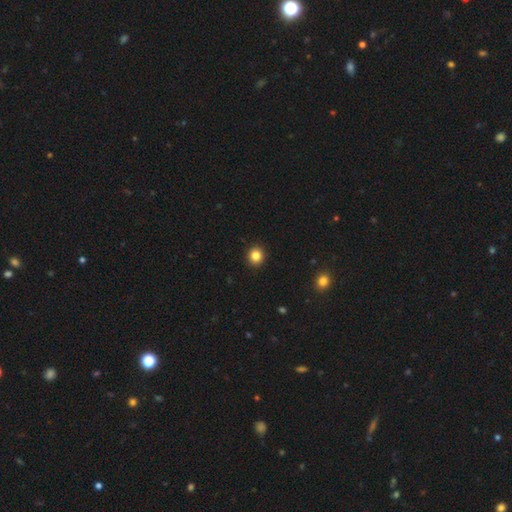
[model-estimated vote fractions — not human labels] smooth_or_featured: smooth (p=0.84) [alt: star or artifact p=0.11]
how_rounded: round (p=0.90) [alt: in between p=0.09]
merging: none (p=0.93) [alt: minor disturbance p=0.05]